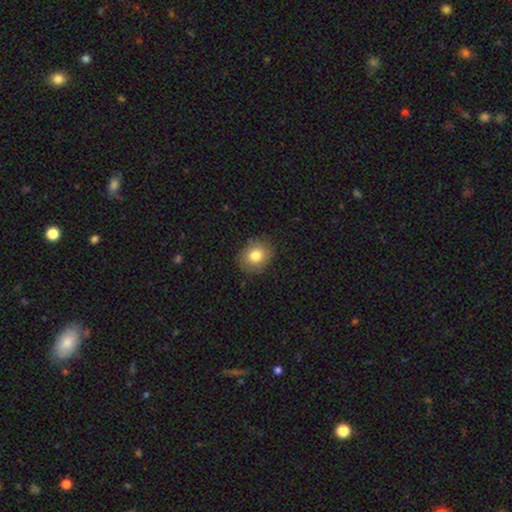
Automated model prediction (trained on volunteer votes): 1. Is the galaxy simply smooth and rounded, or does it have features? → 81% smooth, 10% featured or disk, 9% star or artifact.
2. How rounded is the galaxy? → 62% round, 37% in between, 1% cigar-shaped.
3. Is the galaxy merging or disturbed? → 86% none, 11% minor disturbance, 3% major disturbance, 1% merger.